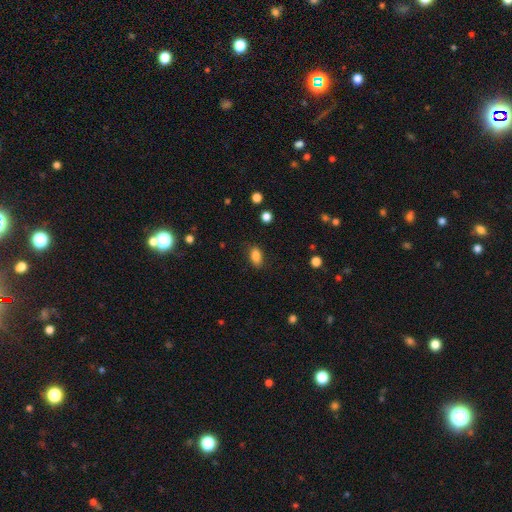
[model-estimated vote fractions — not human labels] Smooth or featured? smooth (85%)
How rounded? in between (87%)
Merging? none (82%)